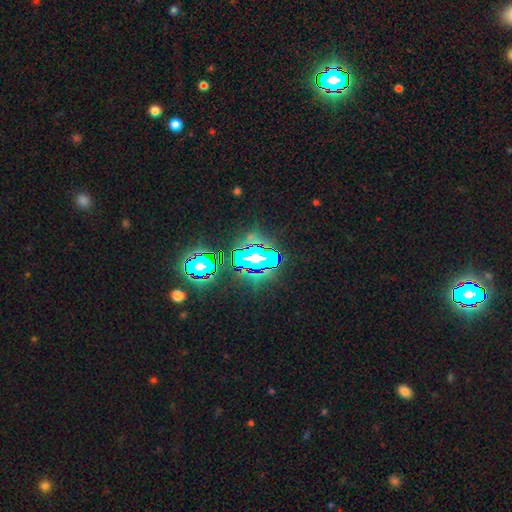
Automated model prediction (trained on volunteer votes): This is clearly a star or artifact rather than a galaxy (81%).